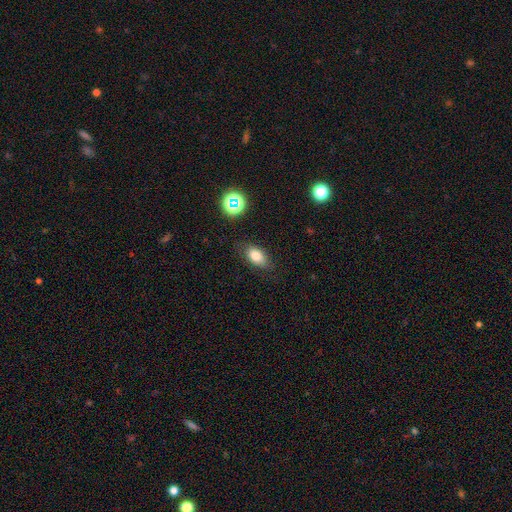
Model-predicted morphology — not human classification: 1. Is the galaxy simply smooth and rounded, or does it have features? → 79% smooth, 11% star or artifact, 10% featured or disk.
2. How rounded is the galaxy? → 87% in between, 10% round, 3% cigar-shaped.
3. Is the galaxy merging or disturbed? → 79% none, 15% minor disturbance, 4% major disturbance, 2% merger.